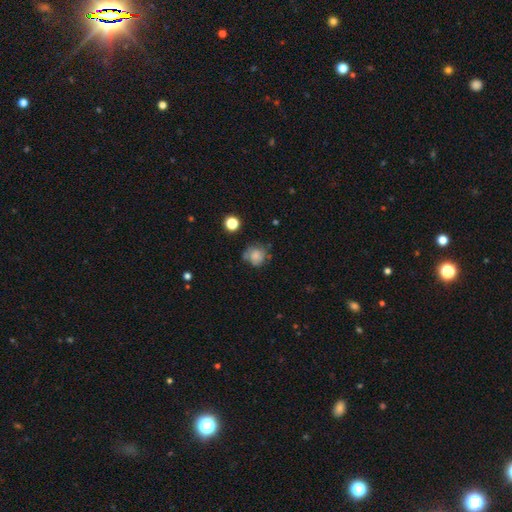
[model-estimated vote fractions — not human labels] Morphology: type=smooth (58%); roundness=round (79%); merging=none (55%).